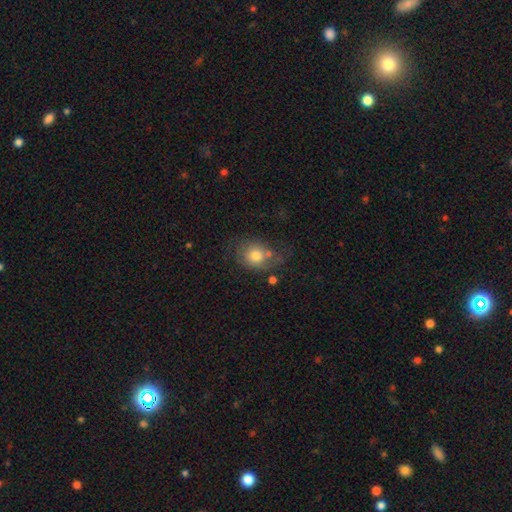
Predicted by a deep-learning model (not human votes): Smooth or featured? Predicted: smooth (p=0.74). How rounded? Predicted: round (p=0.66). Merging? Predicted: none (p=0.43).